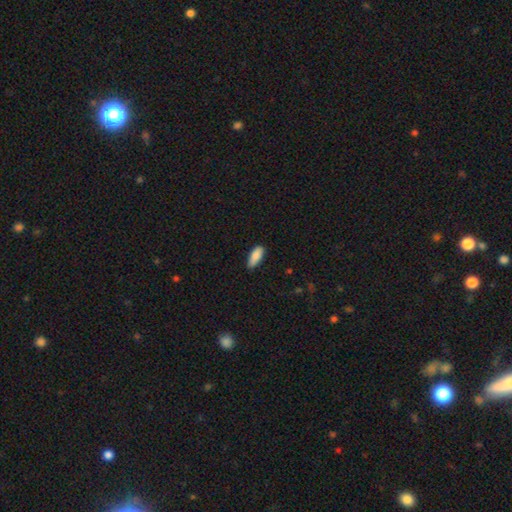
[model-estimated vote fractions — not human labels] A smooth galaxy with no disk features (87%) that is in between round and cigar-shaped (76%).

Vote fractions:
- Smooth or featured? smooth: 87% / featured or disk: 7% / star or artifact: 6%
- How rounded? in between: 76% / cigar-shaped: 23% / round: 2%
- Merging? none: 83% / minor disturbance: 14% / major disturbance: 2% / merger: 1%